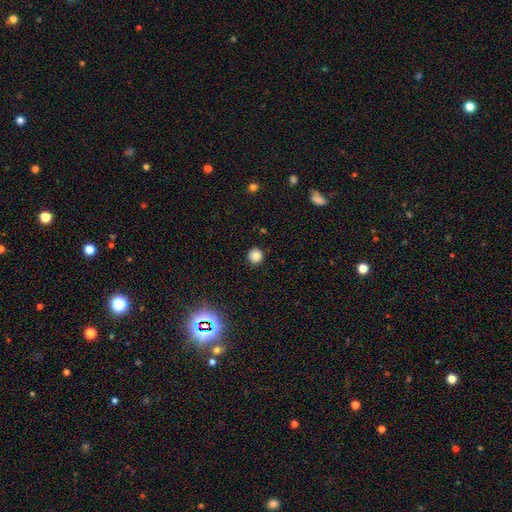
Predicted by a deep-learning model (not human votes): Q: Smooth or featured?
A: smooth (83%); runner-up: star or artifact (13%)
Q: How rounded?
A: round (91%); runner-up: in between (8%)
Q: Merging?
A: none (88%); runner-up: minor disturbance (8%)